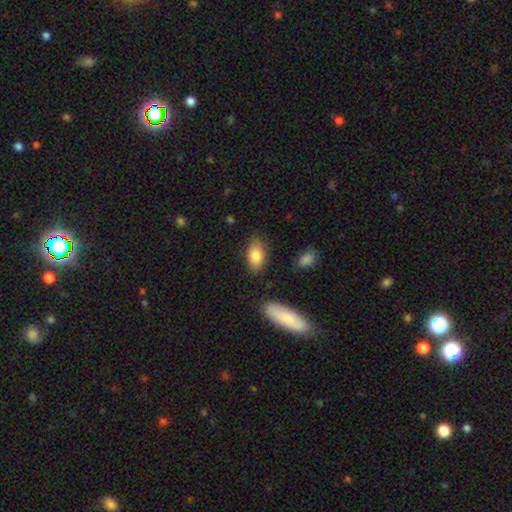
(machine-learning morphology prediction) smooth 82%, featured or disk 11%, star or artifact 7%. Down the decision tree: how rounded — in between (90%); merging — none (79%).